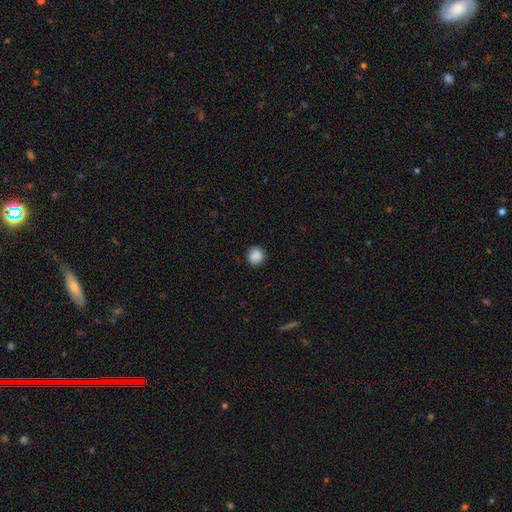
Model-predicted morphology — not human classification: smooth_or_featured: smooth (p=0.88) [alt: star or artifact p=0.09]
how_rounded: round (p=0.90) [alt: in between p=0.09]
merging: none (p=0.89) [alt: minor disturbance p=0.08]